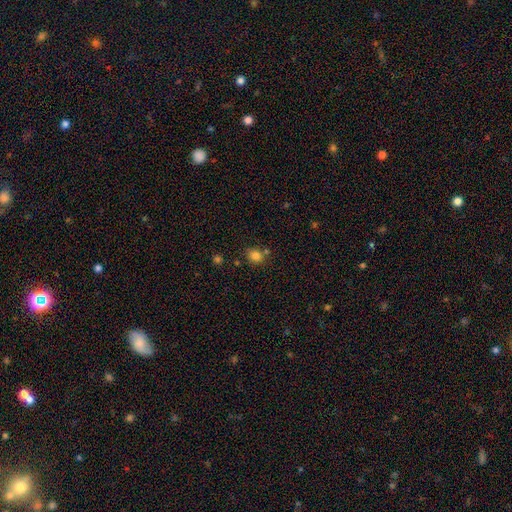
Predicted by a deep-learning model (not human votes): Morphology: type=smooth (81%); roundness=round (74%); merging=none (71%).